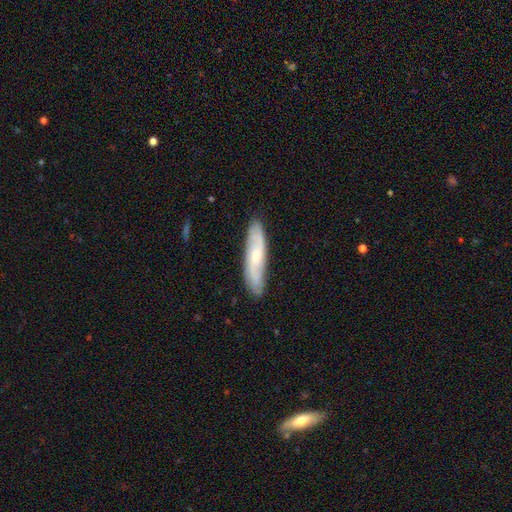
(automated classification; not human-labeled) A featured or disk galaxy (57%).

Vote fractions:
- Smooth or featured? featured or disk: 57% / smooth: 36% / star or artifact: 6%
- Edge-on disk? no: 65% / yes: 35%
- Merging? none: 85% / minor disturbance: 12% / major disturbance: 2% / merger: 1%